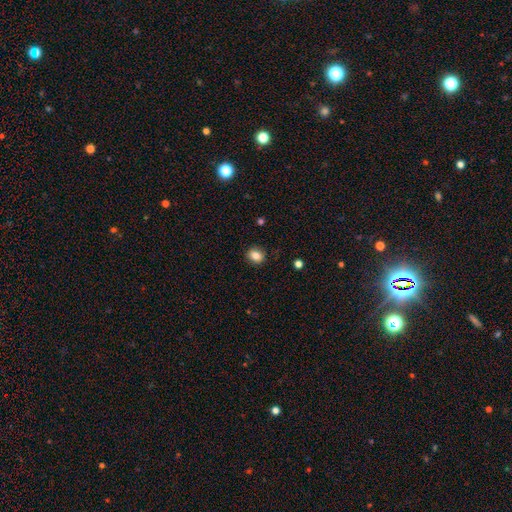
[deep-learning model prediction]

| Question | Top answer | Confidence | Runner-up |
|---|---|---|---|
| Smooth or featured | smooth | 83% | star or artifact (10%) |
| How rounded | round | 63% | in between (36%) |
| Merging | none | 88% | minor disturbance (9%) |